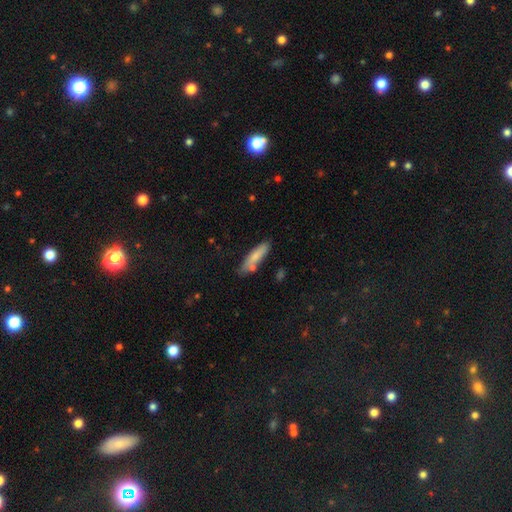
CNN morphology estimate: Smooth or featured: smooth — 78% (featured or disk — 16%)
How rounded: cigar-shaped — 68% (in between — 31%)
Merging: none — 72% (minor disturbance — 17%)